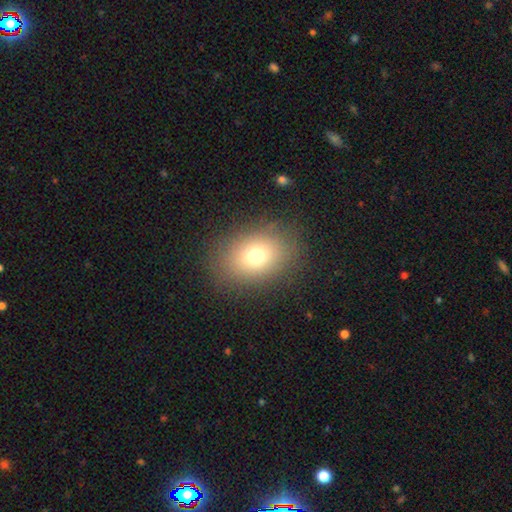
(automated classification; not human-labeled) A smooth galaxy with no disk features (74%) that is in between round and cigar-shaped (70%).

Vote fractions:
- Smooth or featured? smooth: 74% / star or artifact: 13% / featured or disk: 13%
- How rounded? in between: 70% / round: 29% / cigar-shaped: 1%
- Merging? none: 84% / minor disturbance: 10% / major disturbance: 5% / merger: 1%